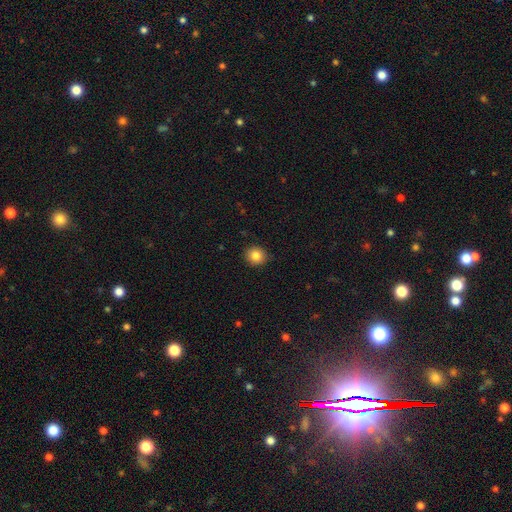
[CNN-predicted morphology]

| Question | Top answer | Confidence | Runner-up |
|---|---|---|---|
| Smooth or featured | smooth | 84% | star or artifact (10%) |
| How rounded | round | 82% | in between (17%) |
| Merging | none | 90% | minor disturbance (8%) |